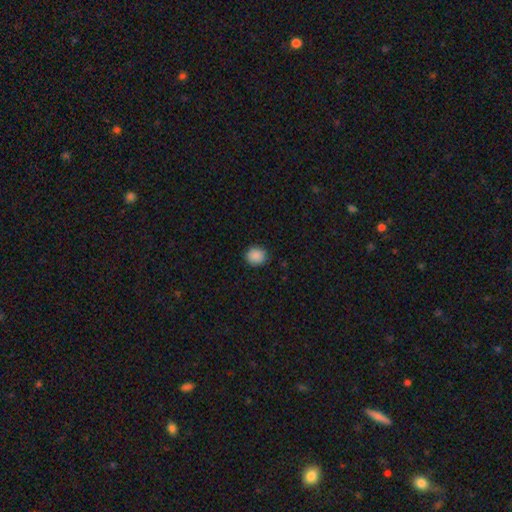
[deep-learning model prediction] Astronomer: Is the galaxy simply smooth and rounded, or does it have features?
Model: smooth — 89%.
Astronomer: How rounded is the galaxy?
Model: round — 85%.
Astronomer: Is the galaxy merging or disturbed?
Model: none — 90%.